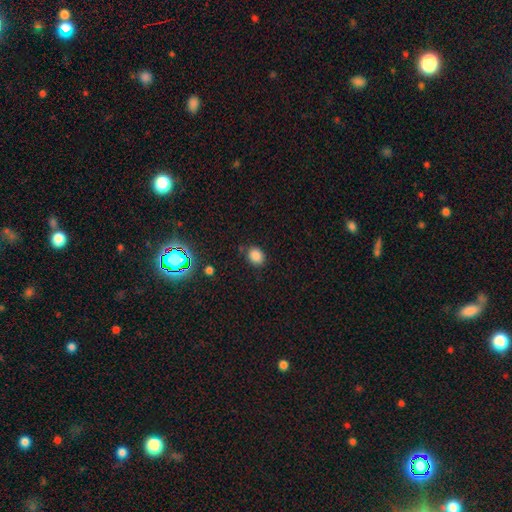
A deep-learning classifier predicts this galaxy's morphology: A smooth galaxy with no disk features (83%) that is in between round and cigar-shaped (53%).

Vote fractions:
- Smooth or featured? smooth: 83% / star or artifact: 13% / featured or disk: 4%
- How rounded? in between: 53% / round: 46% / cigar-shaped: 1%
- Merging? none: 80% / minor disturbance: 13% / major disturbance: 3% / merger: 3%